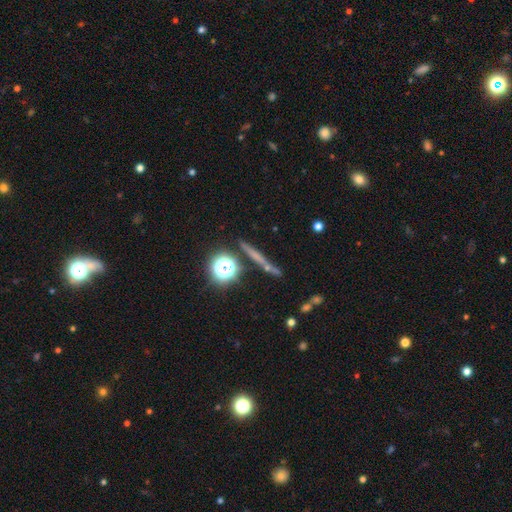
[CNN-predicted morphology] This is marginally a smooth galaxy (43%). Merging: likely none (80%).